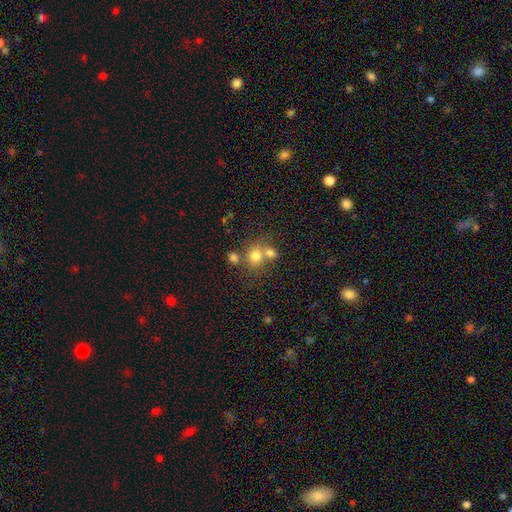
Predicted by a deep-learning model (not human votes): Q: Smooth or featured?
A: smooth (74%); runner-up: star or artifact (13%)
Q: How rounded?
A: round (72%); runner-up: in between (27%)
Q: Merging?
A: none (45%); runner-up: merger (41%)